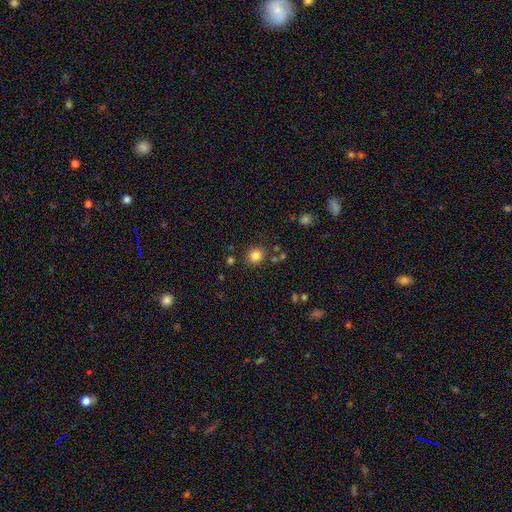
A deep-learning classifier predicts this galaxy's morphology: Smooth or featured? Predicted: smooth (p=0.82). How rounded? Predicted: round (p=0.81). Merging? Predicted: none (p=0.83).